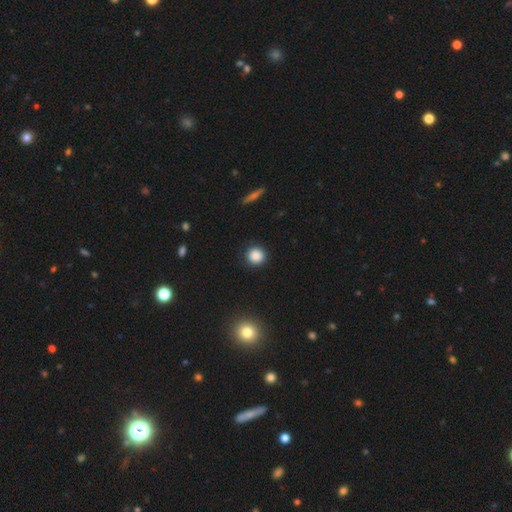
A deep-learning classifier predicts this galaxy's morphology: This appears to be a smooth galaxy with no disk features (86%) that is round (92%). Merging: none (89%).